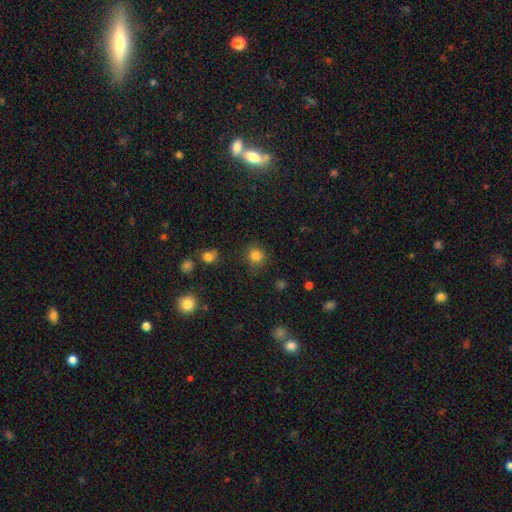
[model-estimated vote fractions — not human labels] This appears to be a smooth galaxy with no disk features (82%) that is round (90%). Merging: none (84%).